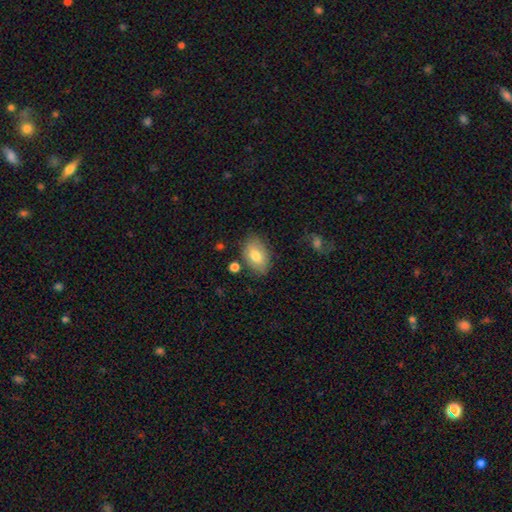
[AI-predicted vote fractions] Smooth or featured?
  - smooth: 77% *
  - featured or disk: 16%
  - star or artifact: 7%
How rounded?
  - in between: 91% *
  - round: 7%
  - cigar-shaped: 2%
Merging?
  - none: 78% *
  - minor disturbance: 15%
  - merger: 4%
  - major disturbance: 3%